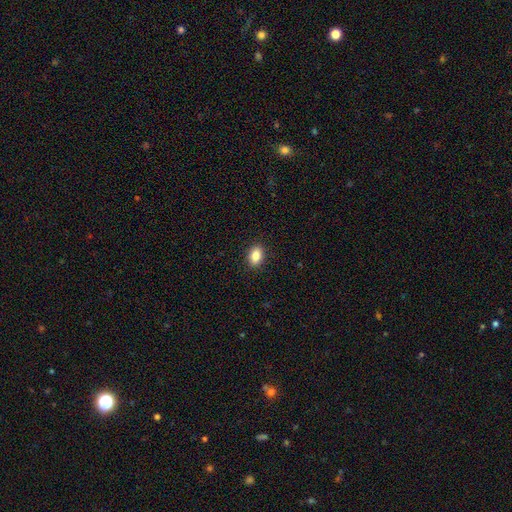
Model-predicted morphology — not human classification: Smooth or featured? smooth (86%)
How rounded? in between (80%)
Merging? none (90%)